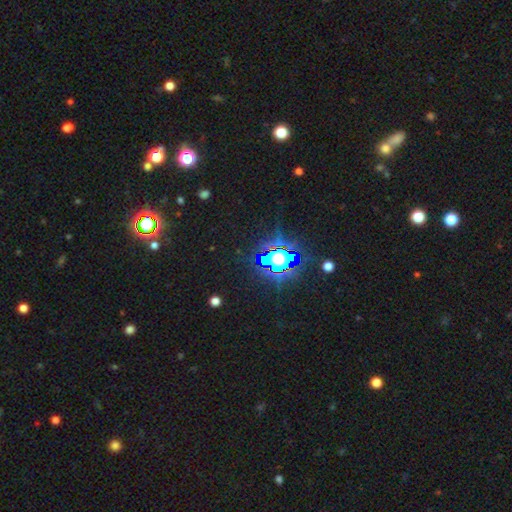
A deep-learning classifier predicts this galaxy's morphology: A star or artifact, not a galaxy (81%).